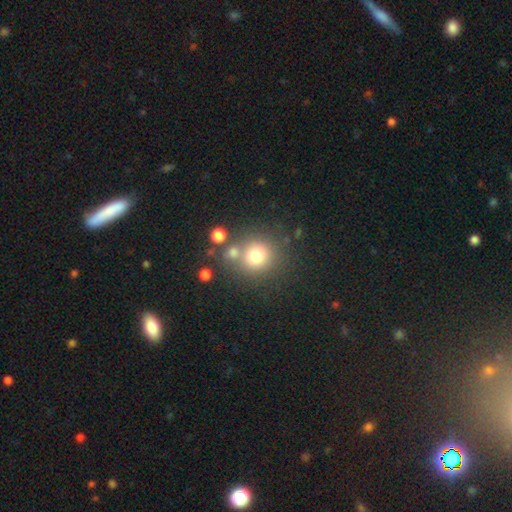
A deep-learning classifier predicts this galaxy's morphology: This is likely a smooth galaxy (75%). How rounded: clearly round (89%). Merging: likely none (68%).